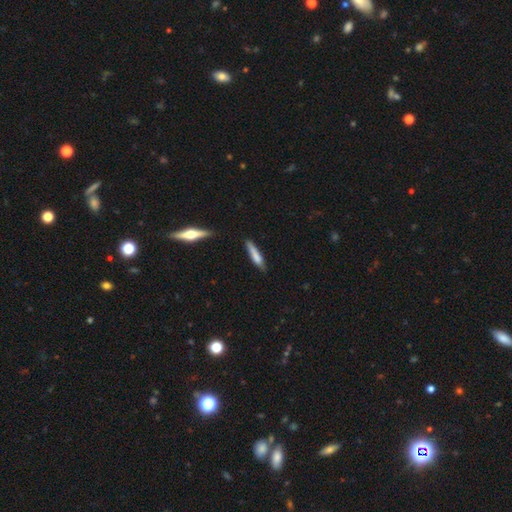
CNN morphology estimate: smooth_or_featured: smooth (p=0.73) [alt: featured or disk p=0.21]
how_rounded: cigar-shaped (p=0.86) [alt: in between p=0.13]
merging: none (p=0.68) [alt: minor disturbance p=0.25]